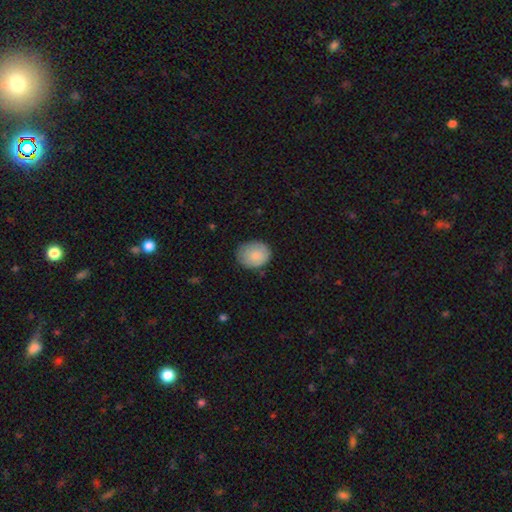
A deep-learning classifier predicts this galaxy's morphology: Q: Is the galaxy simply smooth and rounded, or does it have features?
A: smooth — 85%.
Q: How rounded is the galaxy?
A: round — 54%.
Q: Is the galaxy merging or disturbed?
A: none — 75%.